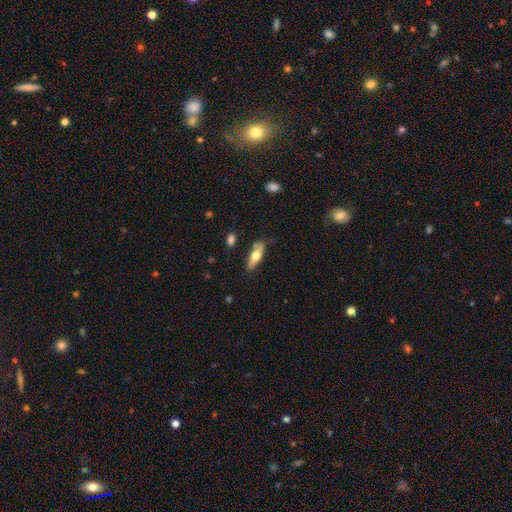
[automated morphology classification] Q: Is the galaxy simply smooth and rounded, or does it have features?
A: smooth — 55%.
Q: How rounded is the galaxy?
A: cigar-shaped — 51%.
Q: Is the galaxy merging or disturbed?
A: none — 77%.